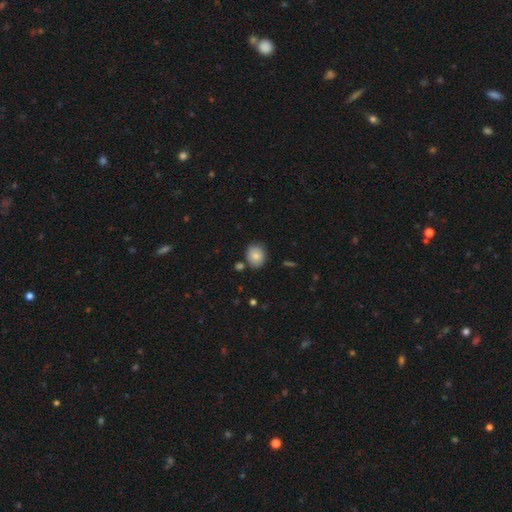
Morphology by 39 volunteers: Overall: smooth (90%). How rounded: round (71%). Merging: none (78%).